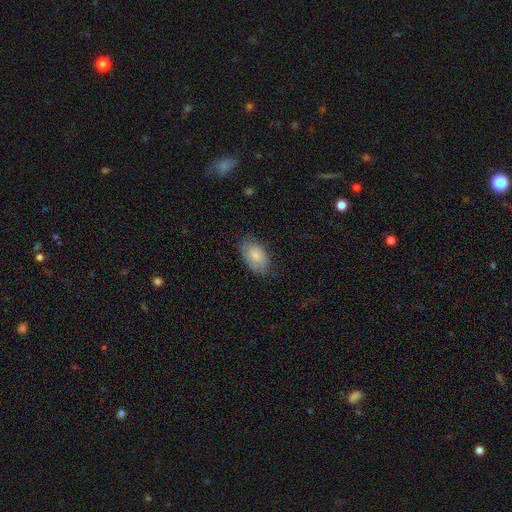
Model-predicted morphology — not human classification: This appears to be a smooth galaxy with no disk features (77%) that is in between round and cigar-shaped (92%). Merging: none (68%).